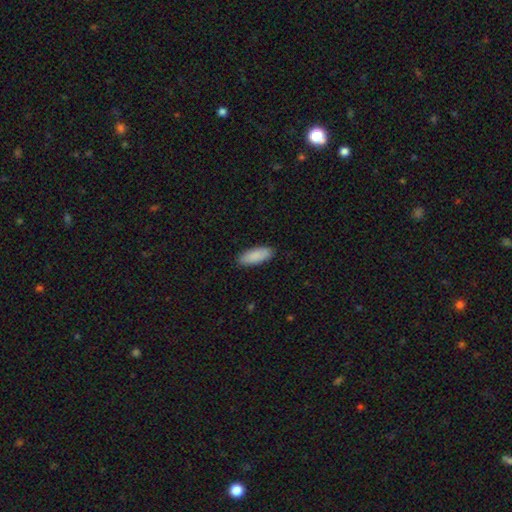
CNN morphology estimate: A smooth galaxy with no disk features (89%) that is in between round and cigar-shaped (75%). Merging: none (88%).